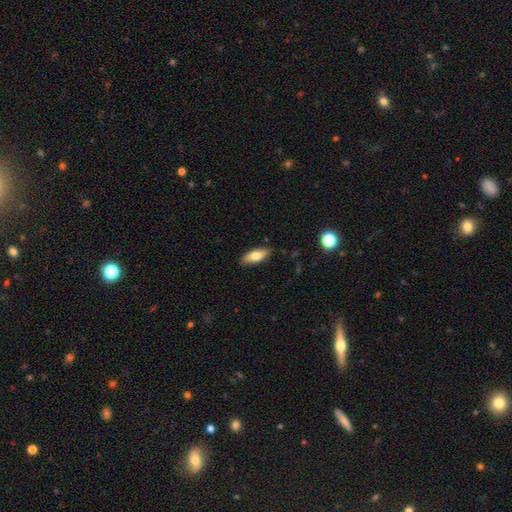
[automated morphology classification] A smooth galaxy with no disk features (72%) that is in between round and cigar-shaped (72%). Merging: none (85%).